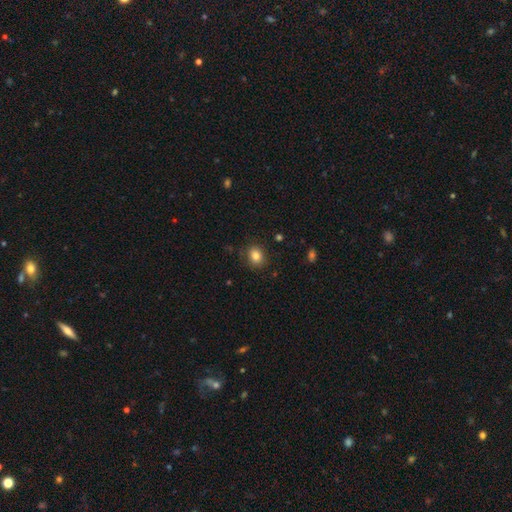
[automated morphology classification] Smooth or featured: smooth — 84% (star or artifact — 10%)
How rounded: round — 61% (in between — 38%)
Merging: none — 82% (minor disturbance — 13%)